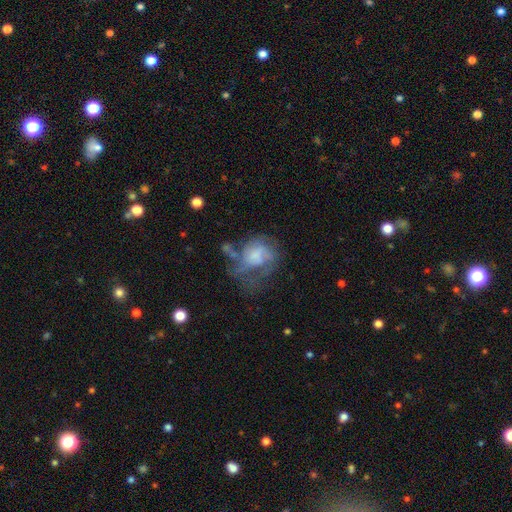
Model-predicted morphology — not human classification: smooth_or_featured: featured or disk (p=0.55) [alt: smooth p=0.35]
disk_edge_on: no (p=0.97) [alt: yes p=0.03]
bar: no (p=0.73) [alt: weak p=0.23]
has_spiral_arms: yes (p=0.58) [alt: no p=0.42]
bulge_size: moderate (p=0.29) [alt: none p=0.27]
merging: major disturbance (p=0.43) [alt: none p=0.28]